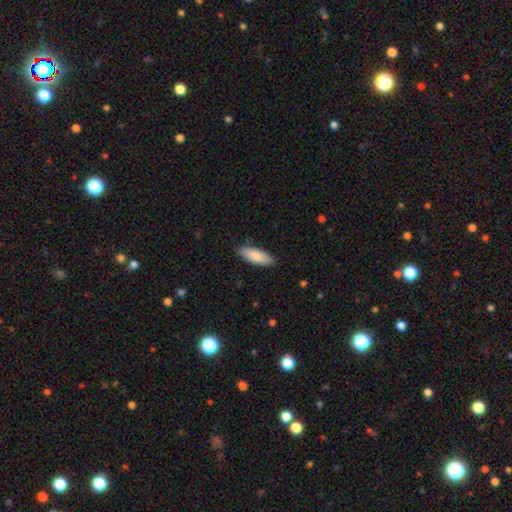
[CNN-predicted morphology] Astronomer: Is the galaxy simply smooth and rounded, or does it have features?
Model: smooth — 85%.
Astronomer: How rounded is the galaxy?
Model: in between — 70%.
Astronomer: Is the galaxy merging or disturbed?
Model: none — 86%.